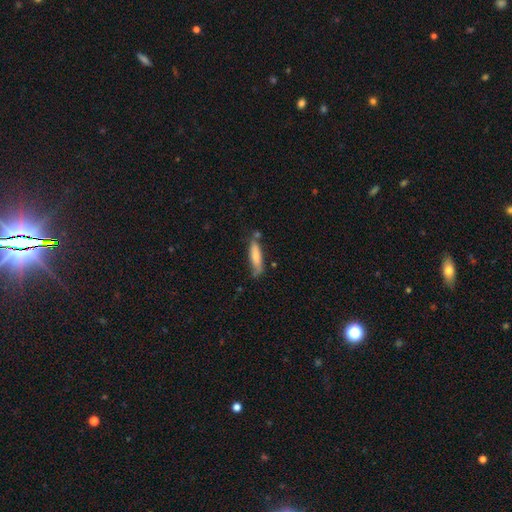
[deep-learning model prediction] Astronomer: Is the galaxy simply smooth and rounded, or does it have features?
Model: smooth — 75%.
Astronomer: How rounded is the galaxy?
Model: cigar-shaped — 74%.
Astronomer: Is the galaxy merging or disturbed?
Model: none — 65%.